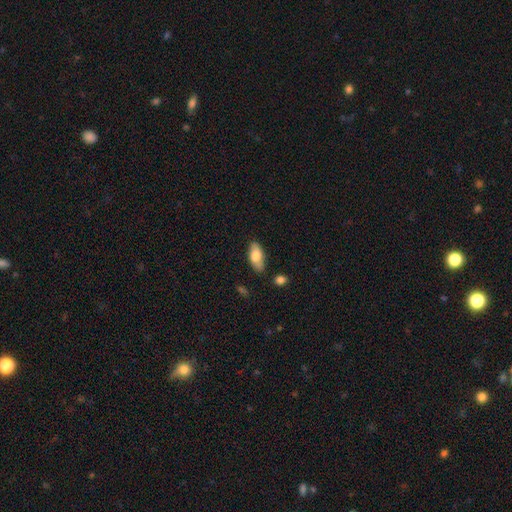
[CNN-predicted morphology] A smooth galaxy with no disk features (75%) that is in between round and cigar-shaped (86%). Merging: none (74%).